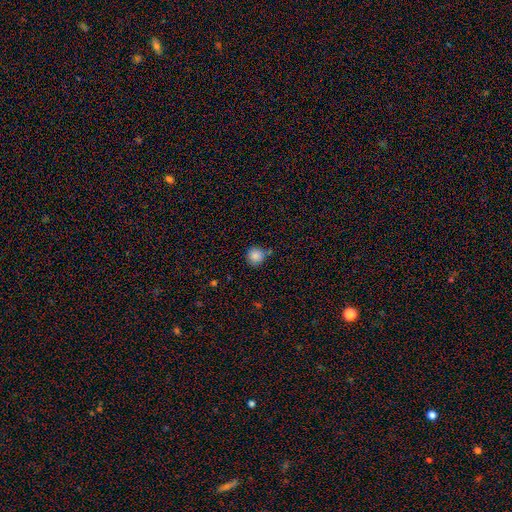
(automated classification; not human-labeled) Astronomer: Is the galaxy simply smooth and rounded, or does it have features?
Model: smooth — 86%.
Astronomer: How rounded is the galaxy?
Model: round — 94%.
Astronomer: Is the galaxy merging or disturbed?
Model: none — 75%.